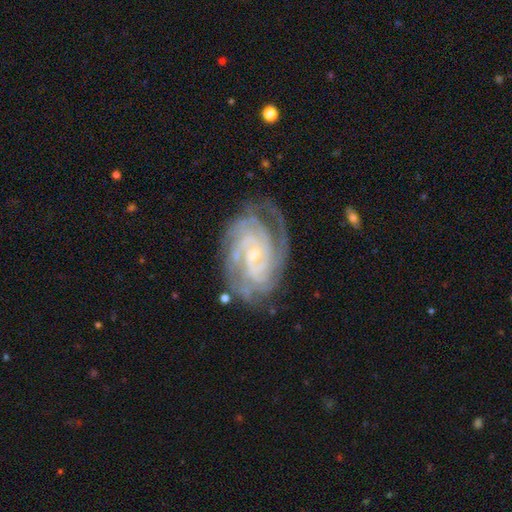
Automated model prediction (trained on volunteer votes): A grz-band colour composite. It shows a featured or disk galaxy (90%) with no bar (55%), 3 (24%) tight (71%) spiral arms (98%) and a small central bulge (76%). Merging: none (74%).